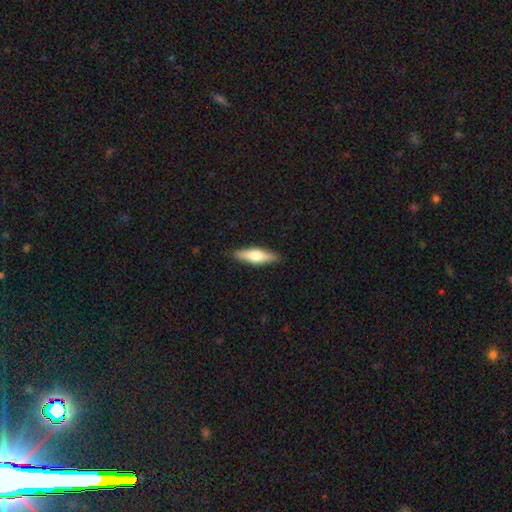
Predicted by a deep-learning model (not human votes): Smooth or featured? Predicted: smooth (p=0.50). Merging? Predicted: none (p=0.89).